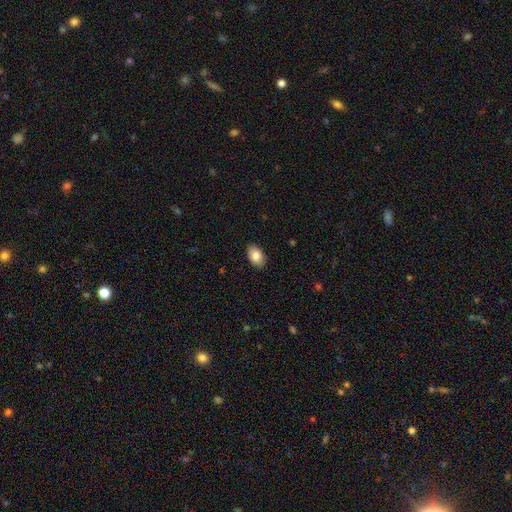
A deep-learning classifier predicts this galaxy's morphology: Smooth or featured? smooth (85%)
How rounded? in between (90%)
Merging? none (87%)